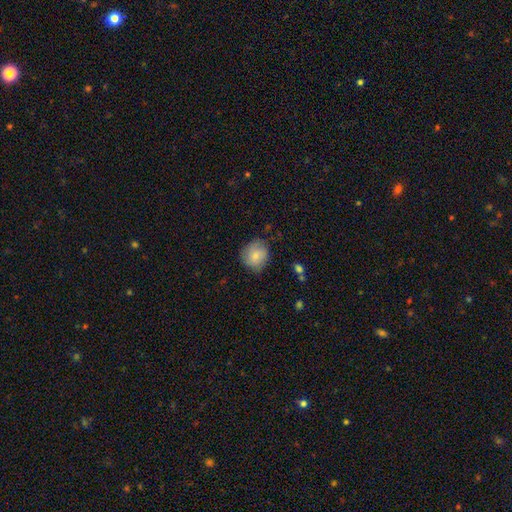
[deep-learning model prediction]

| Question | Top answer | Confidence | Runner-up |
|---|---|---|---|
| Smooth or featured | smooth | 73% | featured or disk (20%) |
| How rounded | round | 78% | in between (21%) |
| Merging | none | 72% | minor disturbance (21%) |